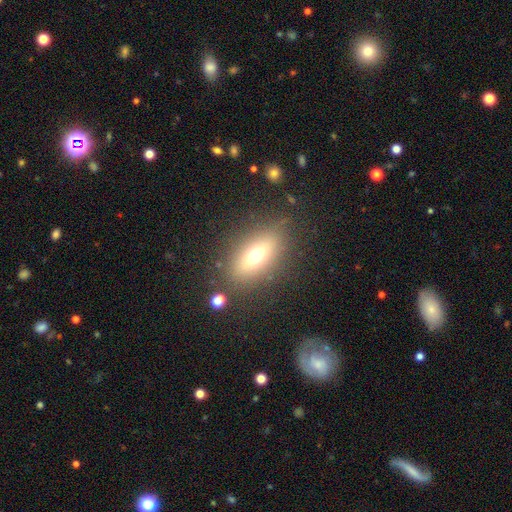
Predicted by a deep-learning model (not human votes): Smooth or featured? Predicted: smooth (p=0.58). How rounded? Predicted: in between (p=0.72). Merging? Predicted: none (p=0.82).